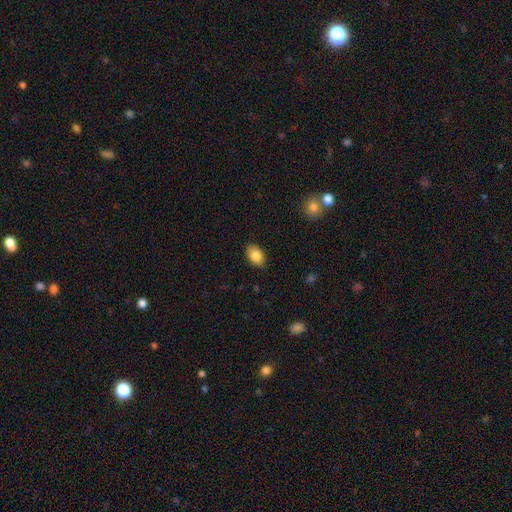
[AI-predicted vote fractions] A smooth galaxy with no disk features (84%) that is in between round and cigar-shaped (85%). Merging: none (87%).